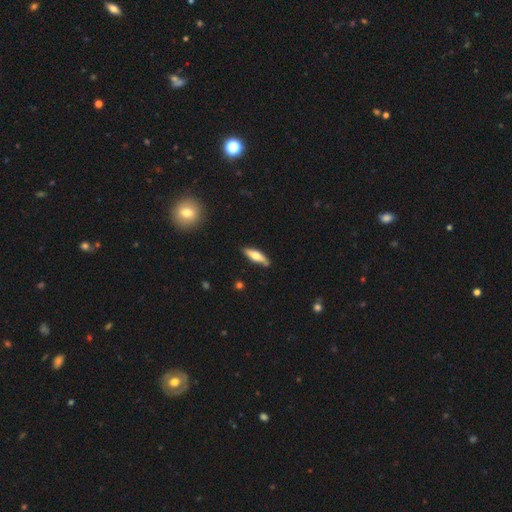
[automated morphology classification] This appears to be a smooth galaxy with no disk features (59%) that is cigar-shaped (54%). Merging: none (80%).